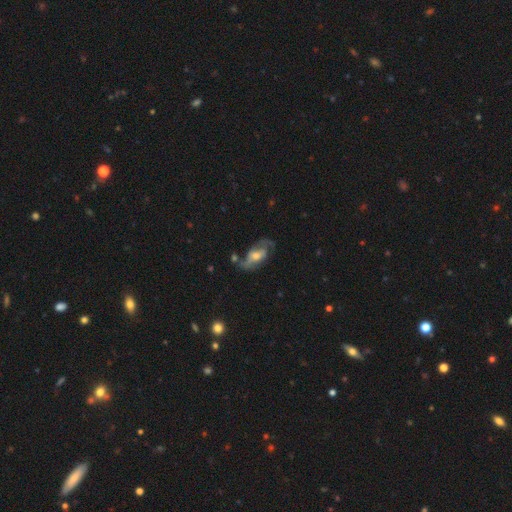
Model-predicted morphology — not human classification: smooth_or_featured: featured or disk (p=0.69) [alt: smooth p=0.24]
disk_edge_on: no (p=0.90) [alt: yes p=0.10]
bar: no (p=0.47) [alt: weak p=0.36]
has_spiral_arms: yes (p=0.78) [alt: no p=0.22]
bulge_size: moderate (p=0.57) [alt: small p=0.30]
merging: none (p=0.47) [alt: minor disturbance p=0.24]